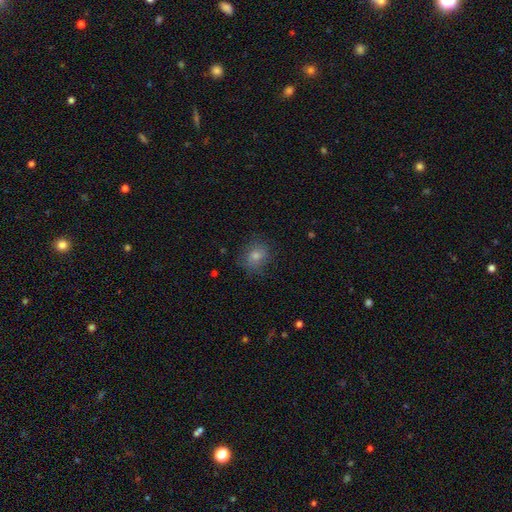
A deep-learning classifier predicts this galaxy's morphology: A smooth galaxy with no disk features (66%) that is round (72%).

Vote fractions:
- Smooth or featured? smooth: 66% / star or artifact: 20% / featured or disk: 14%
- How rounded? round: 72% / in between: 27% / cigar-shaped: 1%
- Merging? none: 80% / minor disturbance: 14% / major disturbance: 5% / merger: 1%